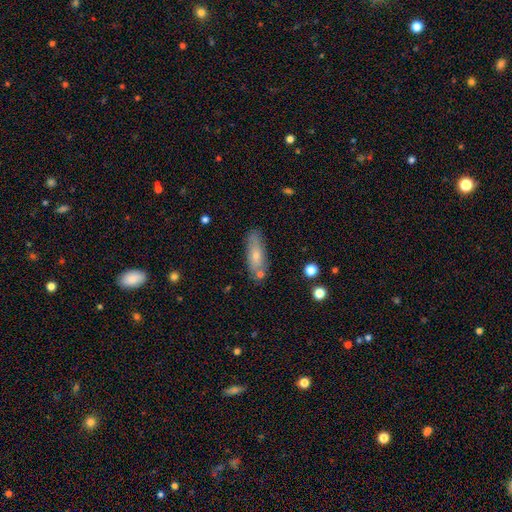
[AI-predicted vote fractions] Q: Smooth or featured?
A: smooth (69%); runner-up: featured or disk (24%)
Q: How rounded?
A: in between (56%); runner-up: cigar-shaped (41%)
Q: Merging?
A: none (74%); runner-up: minor disturbance (16%)